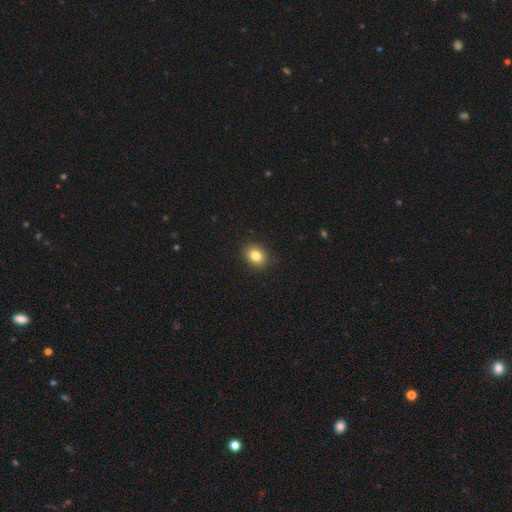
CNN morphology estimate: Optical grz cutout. It shows a smooth galaxy with no disk features (83%) that is in between round and cigar-shaped (52%). Merging: none (89%).